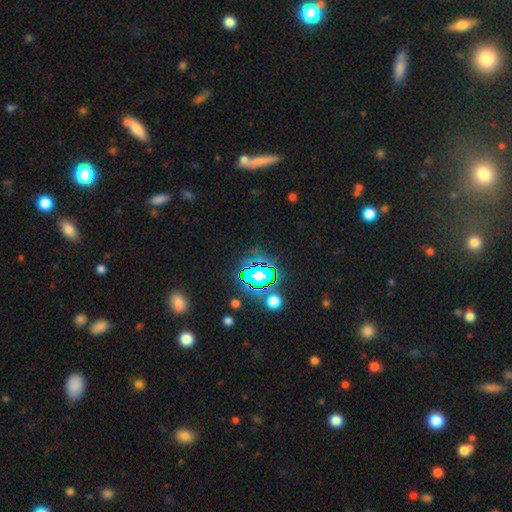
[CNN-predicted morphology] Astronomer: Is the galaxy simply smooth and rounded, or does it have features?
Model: star or artifact — 73%.